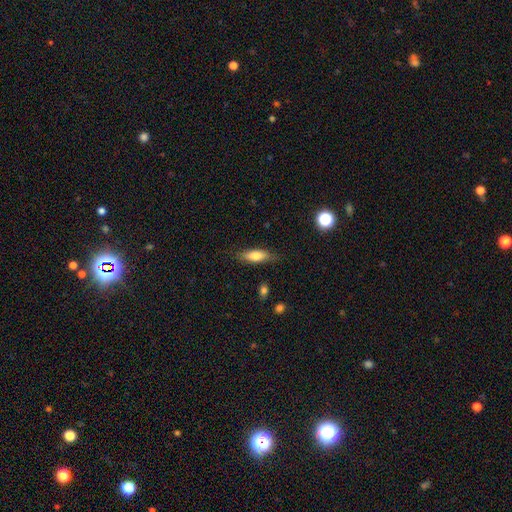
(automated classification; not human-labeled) Overall: smooth (73%). How rounded: in between (57%; cigar-shaped 40%). Merging: none (82%).